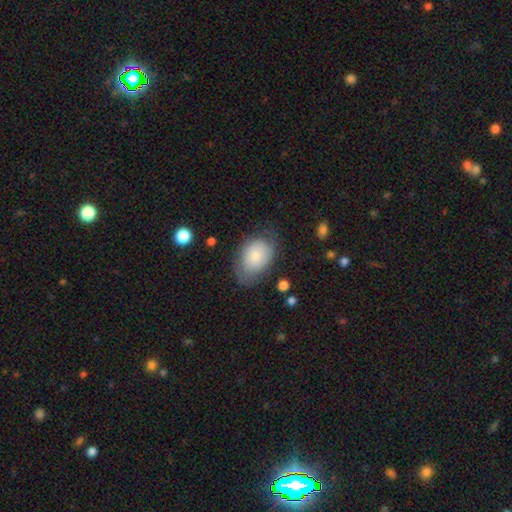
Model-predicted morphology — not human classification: Overall: smooth (74%). How rounded: in between (80%). Merging: none (58%; minor disturbance 28%).